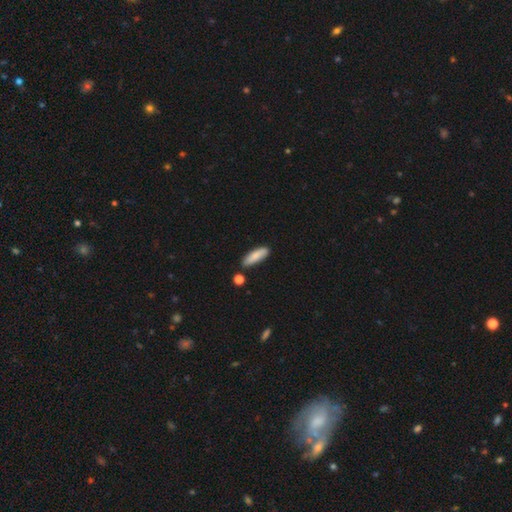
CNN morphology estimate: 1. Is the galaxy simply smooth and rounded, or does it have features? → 82% smooth, 12% featured or disk, 6% star or artifact.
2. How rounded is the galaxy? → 54% cigar-shaped, 44% in between, 2% round.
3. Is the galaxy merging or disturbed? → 82% none, 12% minor disturbance, 4% merger, 2% major disturbance.